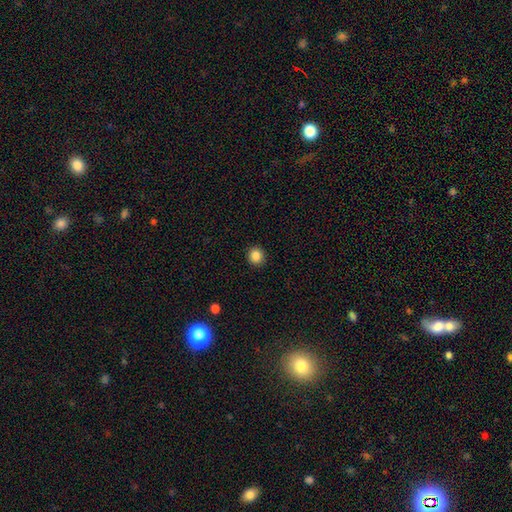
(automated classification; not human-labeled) Overall: smooth (86%). How rounded: round (88%). Merging: none (92%).